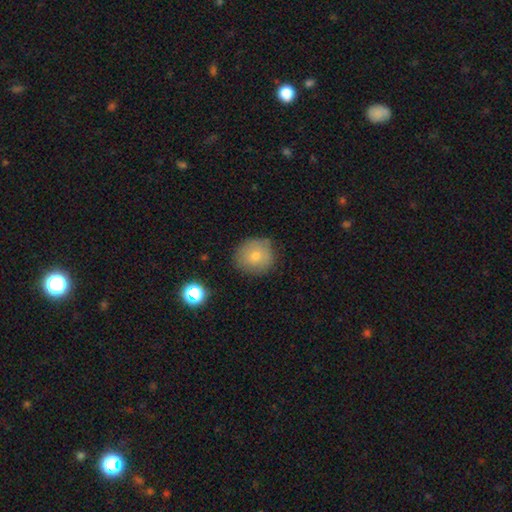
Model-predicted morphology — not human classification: Smooth or featured? Predicted: smooth (p=0.75). How rounded? Predicted: round (p=0.89). Merging? Predicted: none (p=0.78).